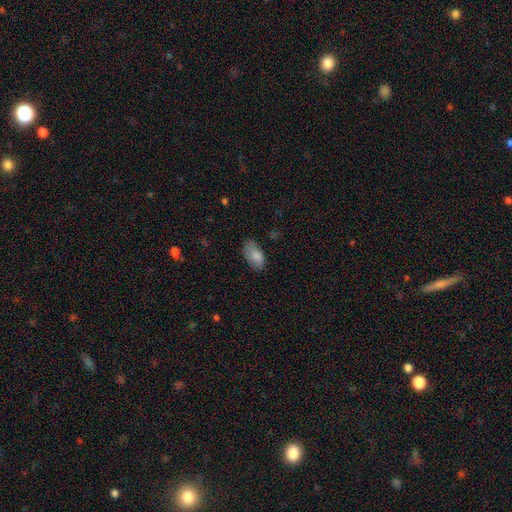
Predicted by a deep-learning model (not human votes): The model was most divided on "merging": none: 73%, minor disturbance: 21%, major disturbance: 5%, merger: 1%. More confident: how rounded — in between (94%); smooth or featured — smooth (83%).